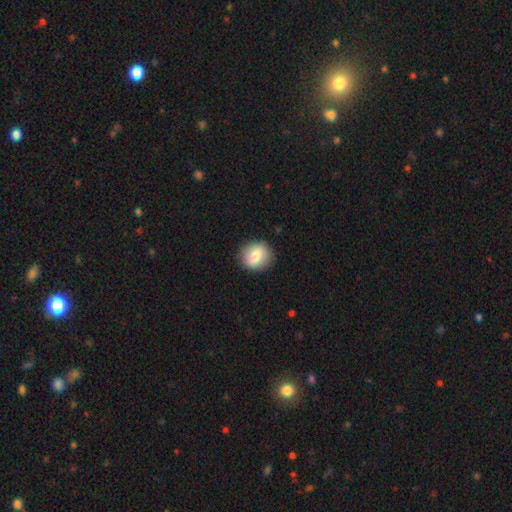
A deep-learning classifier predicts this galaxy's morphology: type=smooth (78%); roundness=round (83%); merging=none (89%).